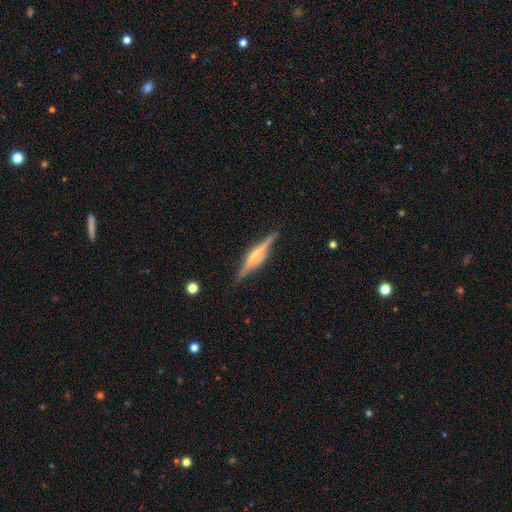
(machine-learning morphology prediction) Q: Smooth or featured?
A: featured or disk (79%); runner-up: smooth (15%)
Q: Edge-on disk?
A: yes (97%); runner-up: no (3%)
Q: Edge-on bulge?
A: rounded (80%); runner-up: boxy (11%)
Q: Merging?
A: none (87%); runner-up: minor disturbance (10%)